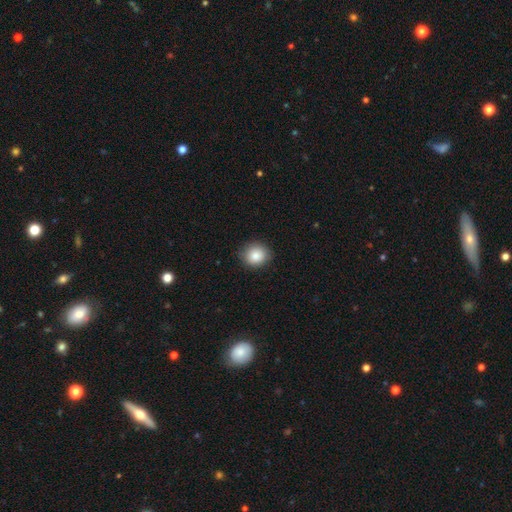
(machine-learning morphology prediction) Smooth or featured: smooth — 85% (star or artifact — 9%)
How rounded: round — 82% (in between — 17%)
Merging: none — 88% (minor disturbance — 9%)